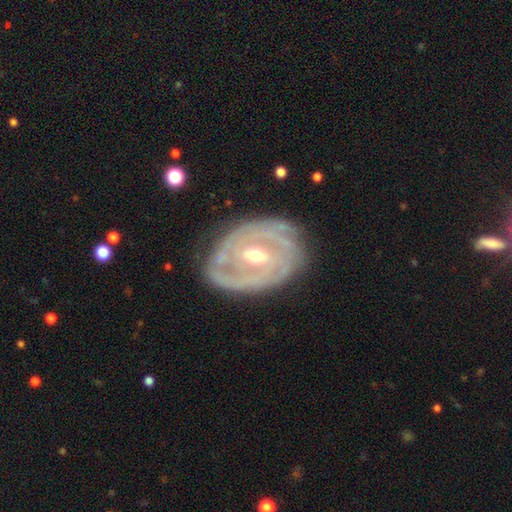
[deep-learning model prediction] Morphology: type=featured or disk (87%); edge-on=no (96%); bar=weak (49%); spiral arms=yes (90%); winding=tight (70%); arm count=2 (37%); bulge=moderate (63%); merging=none (76%).